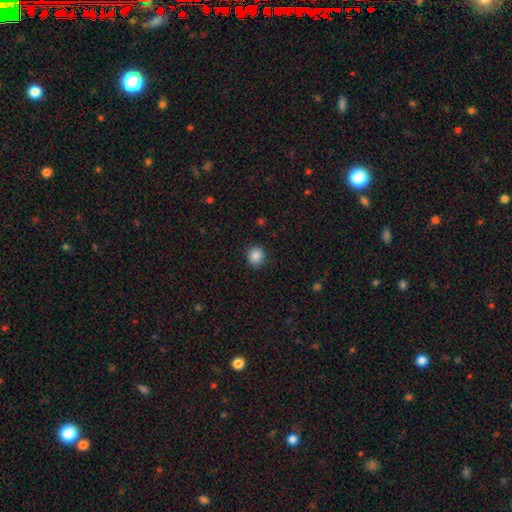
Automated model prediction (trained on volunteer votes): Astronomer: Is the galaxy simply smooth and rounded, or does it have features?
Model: smooth — 86%.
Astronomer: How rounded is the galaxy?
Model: round — 82%.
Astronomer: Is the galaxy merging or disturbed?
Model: none — 89%.